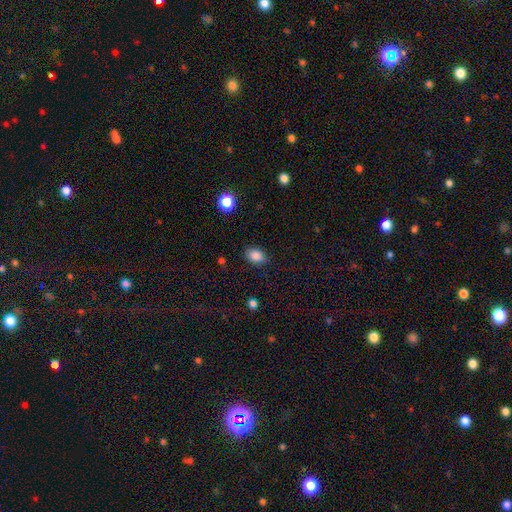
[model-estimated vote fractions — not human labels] Q: Smooth or featured?
A: smooth (85%); runner-up: star or artifact (10%)
Q: How rounded?
A: in between (78%); runner-up: round (21%)
Q: Merging?
A: none (85%); runner-up: minor disturbance (11%)